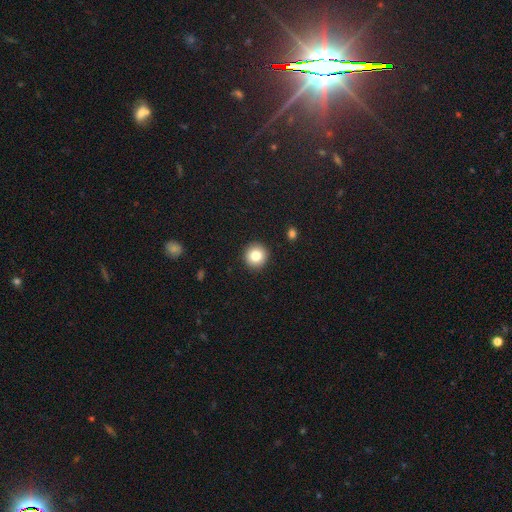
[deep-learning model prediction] This is clearly a smooth galaxy (83%). How rounded: clearly round (94%). Merging: clearly none (93%).